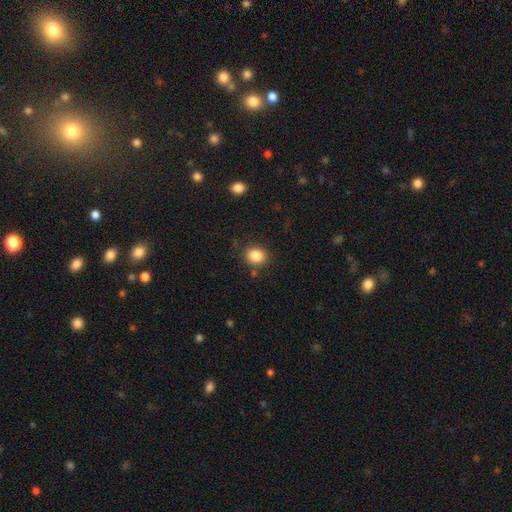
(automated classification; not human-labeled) Q: Smooth or featured?
A: smooth (85%); runner-up: star or artifact (10%)
Q: How rounded?
A: round (65%); runner-up: in between (34%)
Q: Merging?
A: none (84%); runner-up: minor disturbance (10%)